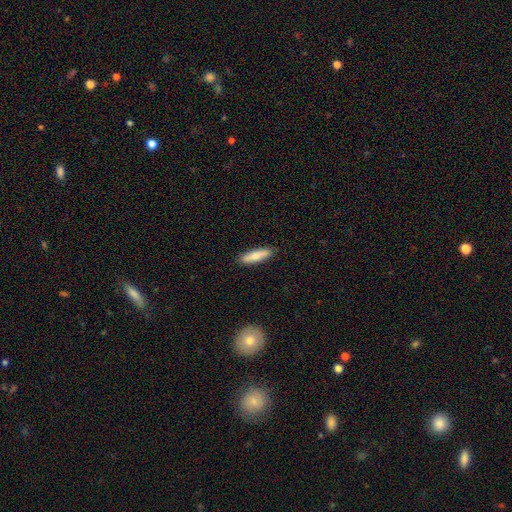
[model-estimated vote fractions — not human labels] Smooth or featured? smooth (78%)
How rounded? cigar-shaped (72%)
Merging? none (89%)